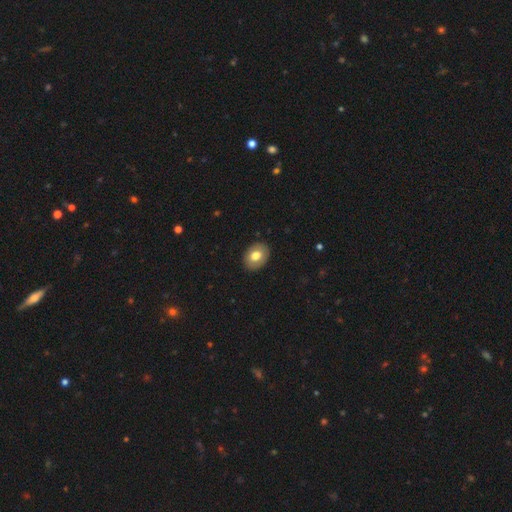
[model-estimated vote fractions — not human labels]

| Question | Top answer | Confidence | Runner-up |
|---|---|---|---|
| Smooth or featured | smooth | 74% | featured or disk (19%) |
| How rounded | in between | 69% | round (30%) |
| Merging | none | 89% | minor disturbance (8%) |